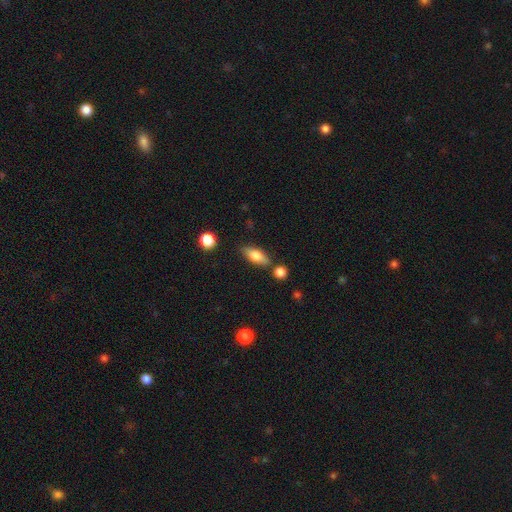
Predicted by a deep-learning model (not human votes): smooth 73%, featured or disk 20%, star or artifact 7%. Down the decision tree: how rounded — in between (72%); merging — none (76%).